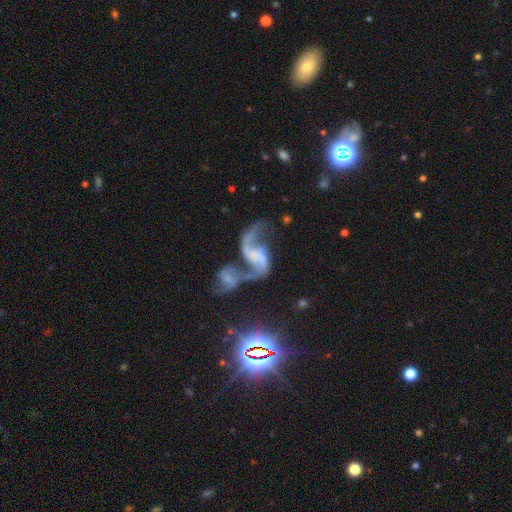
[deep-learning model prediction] Smooth or featured? Predicted: featured or disk (p=0.85). Edge-on disk? Predicted: no (p=0.97). Bar? Predicted: no (p=0.47). Spiral arms? Predicted: yes (p=0.93). Spiral winding? Predicted: loose (p=0.81). Spiral arm count? Predicted: 2 (p=0.88). Bulge size? Predicted: none (p=0.57). Merging? Predicted: merger (p=0.55).